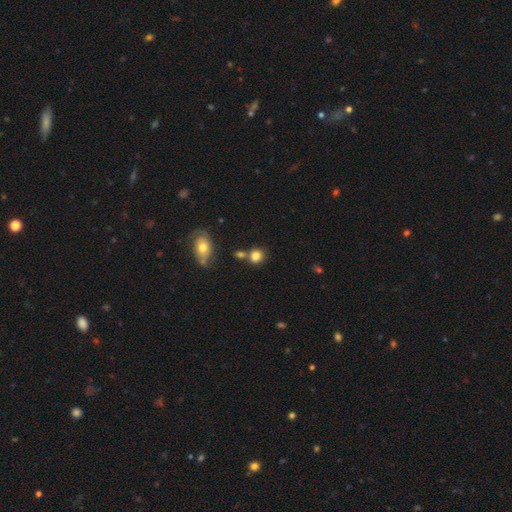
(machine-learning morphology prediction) Smooth or featured? Predicted: smooth (p=0.82). How rounded? Predicted: round (p=0.74). Merging? Predicted: none (p=0.61).